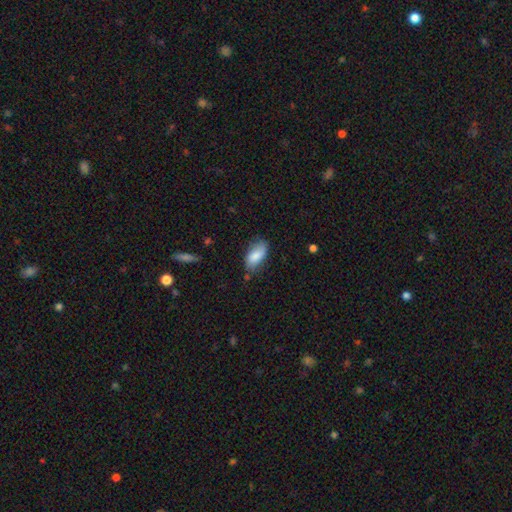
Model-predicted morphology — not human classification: Smooth or featured: smooth — 79% (featured or disk — 14%)
How rounded: in between — 92% (cigar-shaped — 5%)
Merging: none — 64% (minor disturbance — 27%)